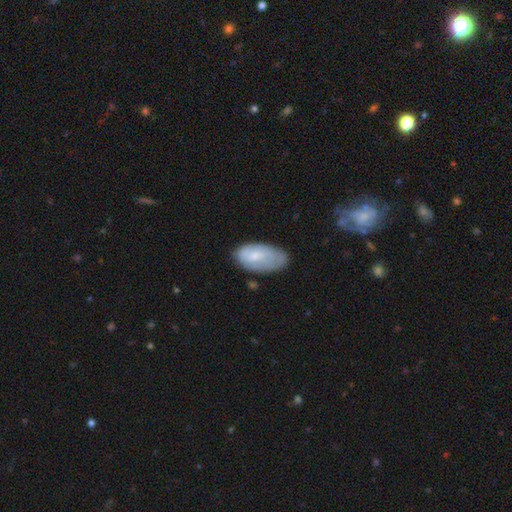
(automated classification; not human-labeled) Overall: smooth (59%; featured or disk 34%). How rounded: in between (93%). Merging: none (57%; minor disturbance 32%).